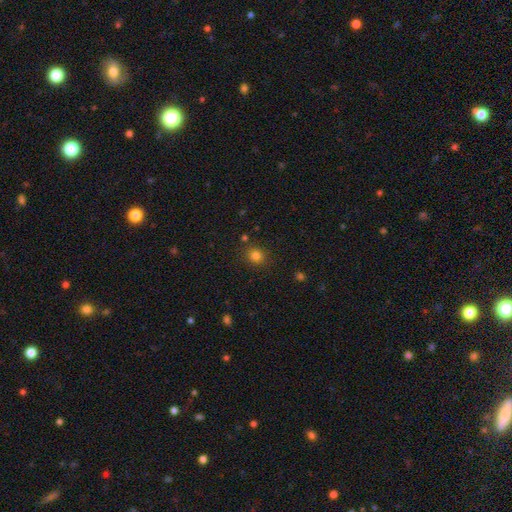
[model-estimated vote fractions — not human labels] smooth 79%, star or artifact 15%, featured or disk 6%. Down the decision tree: how rounded — round (82%); merging — none (85%).